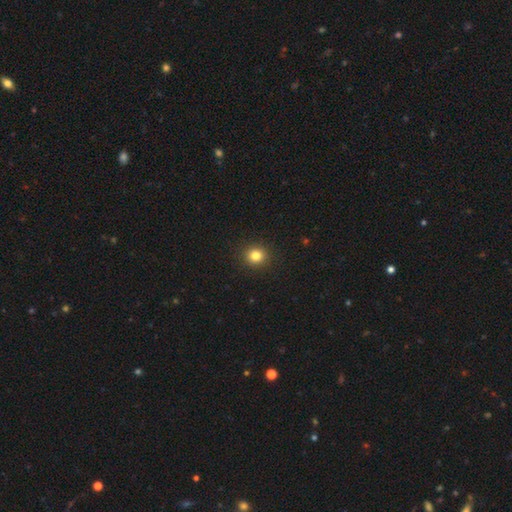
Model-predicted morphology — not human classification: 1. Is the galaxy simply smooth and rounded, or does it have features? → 83% smooth, 12% star or artifact, 5% featured or disk.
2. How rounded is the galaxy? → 88% round, 11% in between, 1% cigar-shaped.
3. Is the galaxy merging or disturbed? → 92% none, 5% minor disturbance, 2% major disturbance, 1% merger.